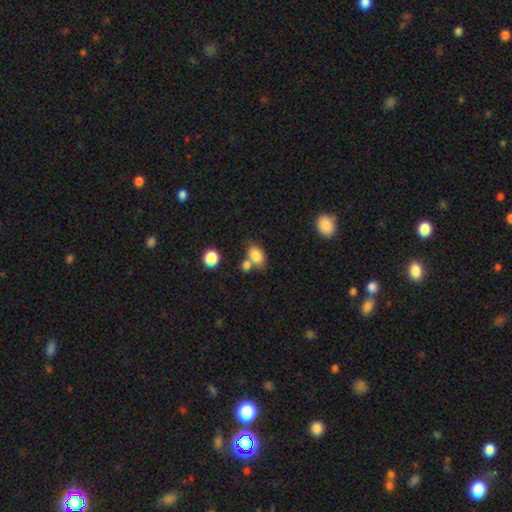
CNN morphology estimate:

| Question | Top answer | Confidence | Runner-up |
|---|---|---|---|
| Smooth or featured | smooth | 82% | star or artifact (9%) |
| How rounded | in between | 81% | round (17%) |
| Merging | none | 49% | merger (33%) |